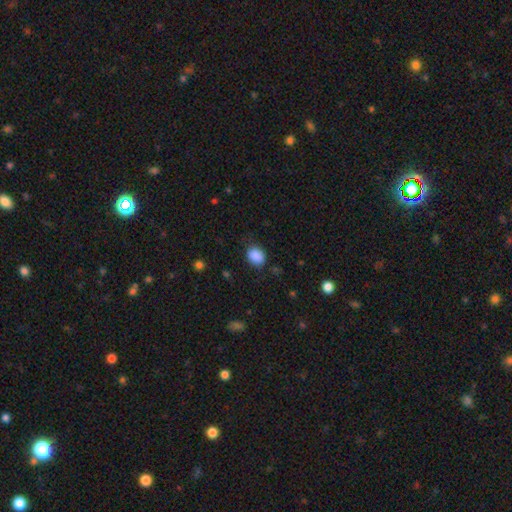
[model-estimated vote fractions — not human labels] Smooth or featured? smooth (88%)
How rounded? in between (56%)
Merging? none (75%)